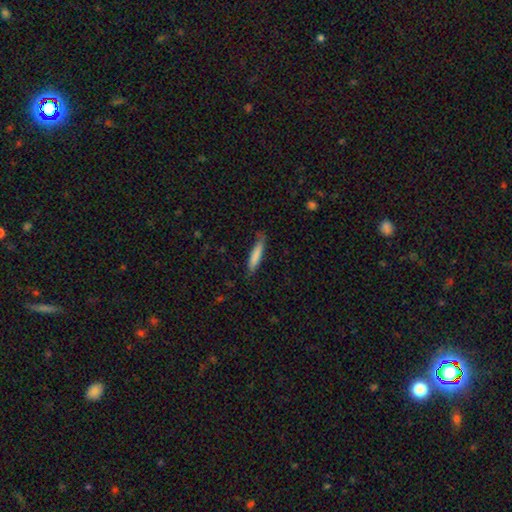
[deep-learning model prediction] Smooth or featured? smooth (80%)
How rounded? cigar-shaped (87%)
Merging? none (73%)